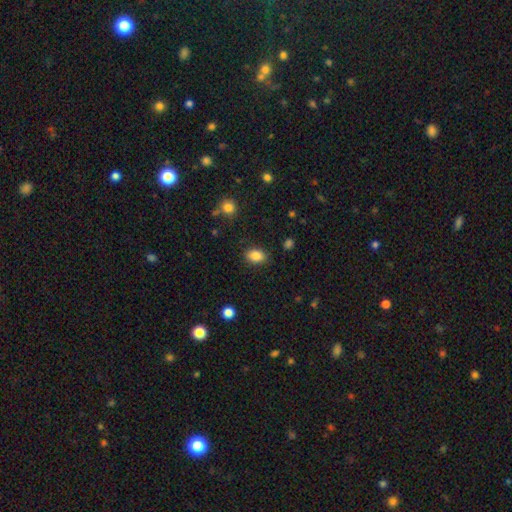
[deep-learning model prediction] Q: Smooth or featured?
A: smooth (87%); runner-up: star or artifact (9%)
Q: How rounded?
A: in between (78%); runner-up: round (21%)
Q: Merging?
A: none (86%); runner-up: minor disturbance (10%)